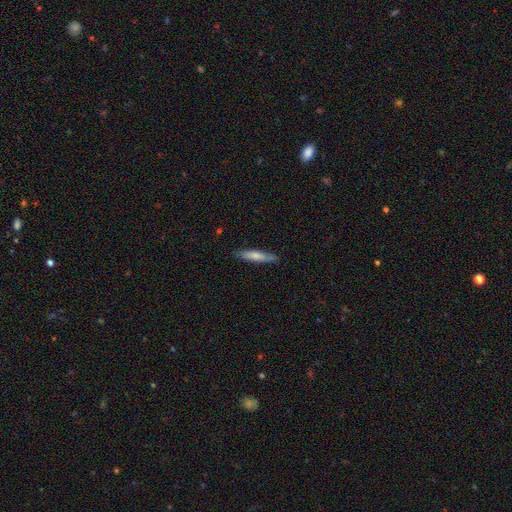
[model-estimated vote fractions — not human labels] This appears to be a smooth galaxy with no disk features (67%) that is cigar-shaped (87%). Merging: none (85%).